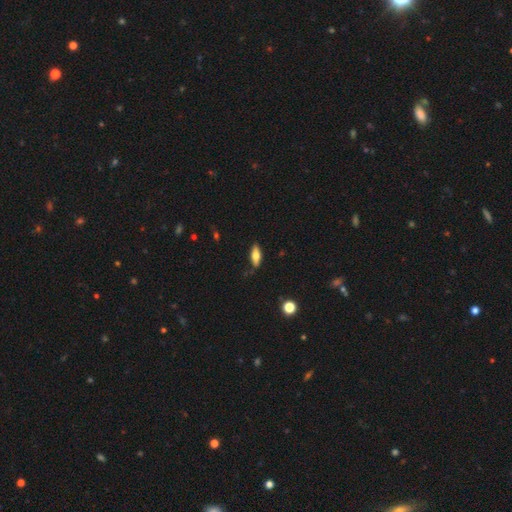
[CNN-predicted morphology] Smooth or featured?
  - smooth: 67% *
  - featured or disk: 26%
  - star or artifact: 7%
How rounded?
  - in between: 69% *
  - cigar-shaped: 28%
  - round: 3%
Merging?
  - none: 75% *
  - minor disturbance: 19%
  - major disturbance: 4%
  - merger: 2%